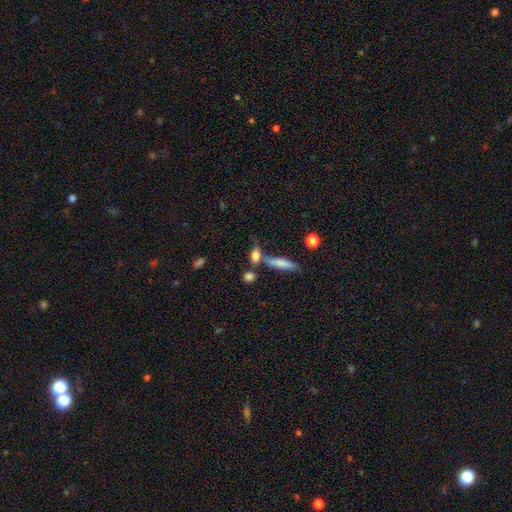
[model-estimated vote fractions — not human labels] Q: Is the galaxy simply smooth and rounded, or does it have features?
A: smooth — 76%.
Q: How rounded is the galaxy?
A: in between — 61%.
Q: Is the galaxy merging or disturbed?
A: none — 50%.